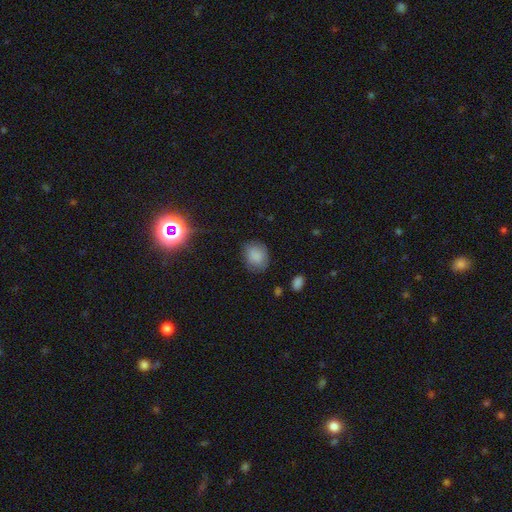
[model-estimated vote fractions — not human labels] smooth-or-featured: smooth: 85% | star or artifact: 9% | featured or disk: 6%
  how-rounded: round: 58% | in between: 41% | cigar-shaped: 1%
  merging: none: 77% | minor disturbance: 17% | major disturbance: 5% | merger: 1%